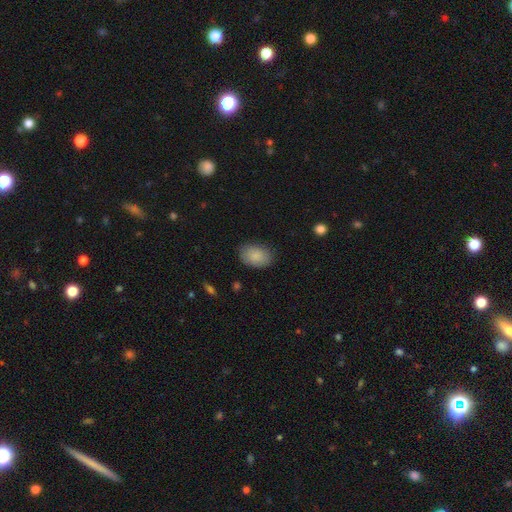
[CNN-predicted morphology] A smooth galaxy with no disk features (87%) that is in between round and cigar-shaped (83%). Merging: none (83%).